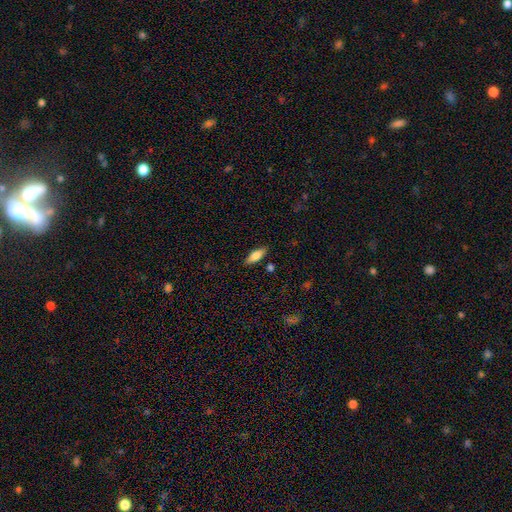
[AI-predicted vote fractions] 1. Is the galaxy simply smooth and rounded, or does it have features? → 78% smooth, 16% featured or disk, 7% star or artifact.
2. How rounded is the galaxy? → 66% in between, 32% cigar-shaped, 2% round.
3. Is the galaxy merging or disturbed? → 85% none, 10% minor disturbance, 2% major disturbance, 2% merger.